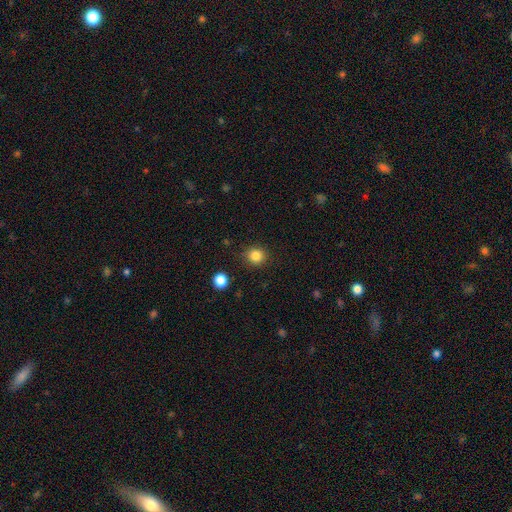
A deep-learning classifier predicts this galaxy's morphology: This appears to be a smooth galaxy with no disk features (84%) that is round (90%). Merging: none (88%).